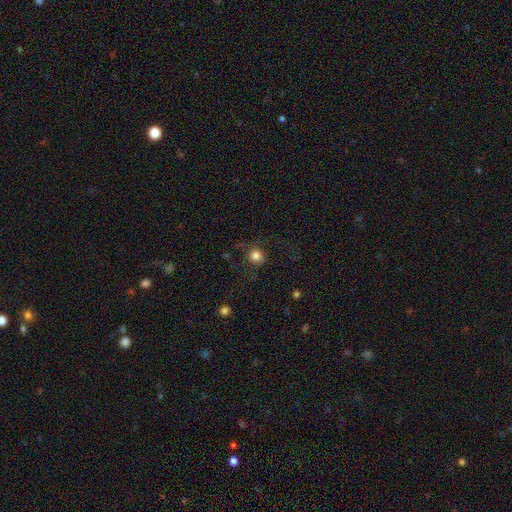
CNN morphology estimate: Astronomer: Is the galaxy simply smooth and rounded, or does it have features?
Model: smooth — 80%.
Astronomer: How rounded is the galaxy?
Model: round — 91%.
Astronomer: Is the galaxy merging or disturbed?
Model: none — 76%.